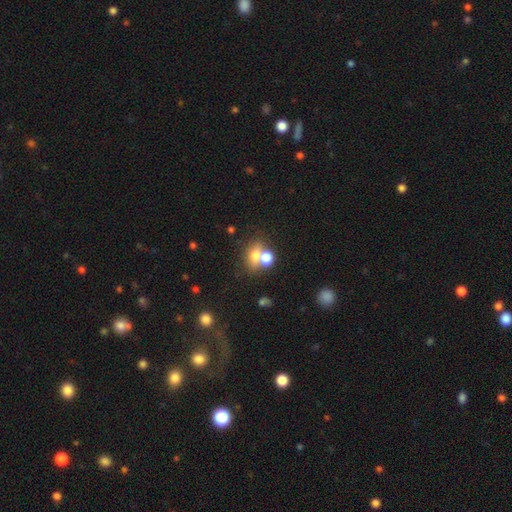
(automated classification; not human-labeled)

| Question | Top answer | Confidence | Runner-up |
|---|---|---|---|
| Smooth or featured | smooth | 68% | featured or disk (17%) |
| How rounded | in between | 57% | round (40%) |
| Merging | merger | 47% | none (38%) |